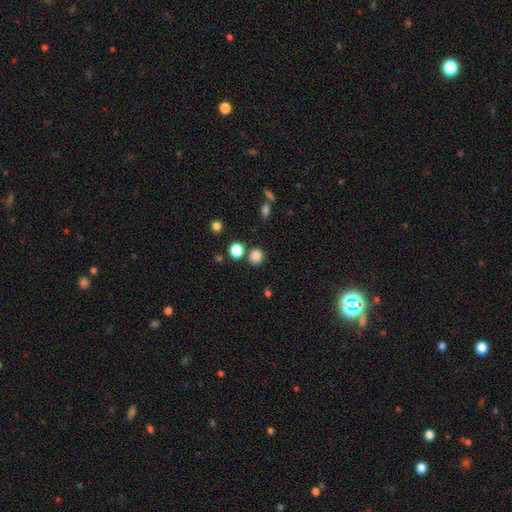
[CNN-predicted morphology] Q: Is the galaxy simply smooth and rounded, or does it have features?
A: smooth — 83%.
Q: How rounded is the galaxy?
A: round — 83%.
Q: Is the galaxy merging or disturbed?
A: none — 81%.